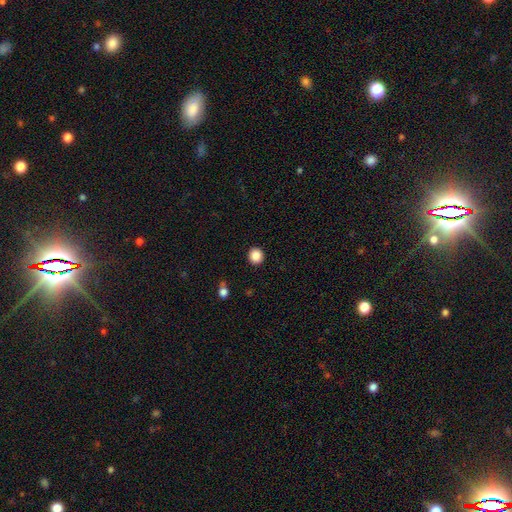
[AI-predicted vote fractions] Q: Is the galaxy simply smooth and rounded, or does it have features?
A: smooth — 87%.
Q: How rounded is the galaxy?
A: round — 90%.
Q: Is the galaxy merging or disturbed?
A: none — 91%.